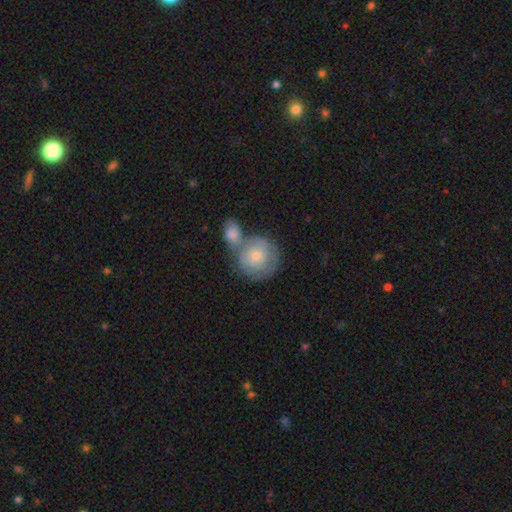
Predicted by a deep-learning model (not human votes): smooth_or_featured: smooth (p=0.54) [alt: featured or disk p=0.38]
how_rounded: round (p=0.88) [alt: in between p=0.11]
merging: merger (p=0.49) [alt: none p=0.35]